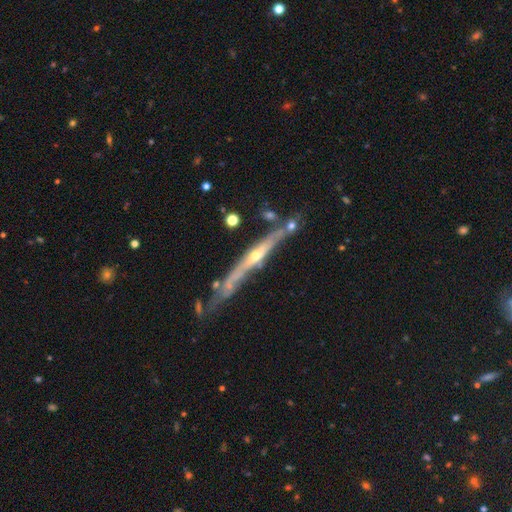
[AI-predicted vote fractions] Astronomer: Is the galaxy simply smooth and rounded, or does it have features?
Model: featured or disk — 83%.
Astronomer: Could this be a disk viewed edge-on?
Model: yes — 94%.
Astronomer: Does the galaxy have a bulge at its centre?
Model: rounded — 75%.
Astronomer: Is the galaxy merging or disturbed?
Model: none — 61%.